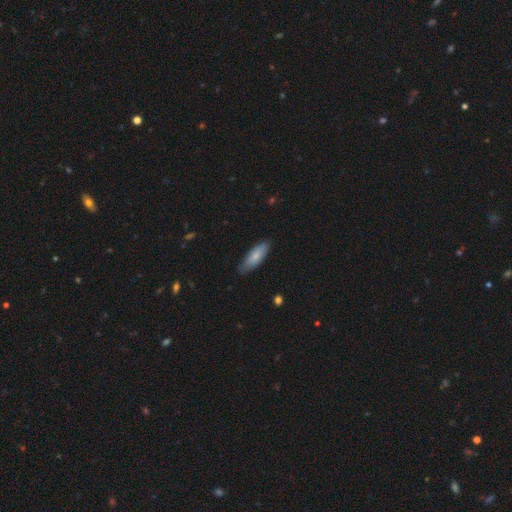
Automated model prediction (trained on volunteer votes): smooth-or-featured: smooth: 79% | featured or disk: 16% | star or artifact: 5%
  how-rounded: in between: 61% | cigar-shaped: 37% | round: 2%
  merging: none: 80% | minor disturbance: 17% | major disturbance: 2% | merger: 1%